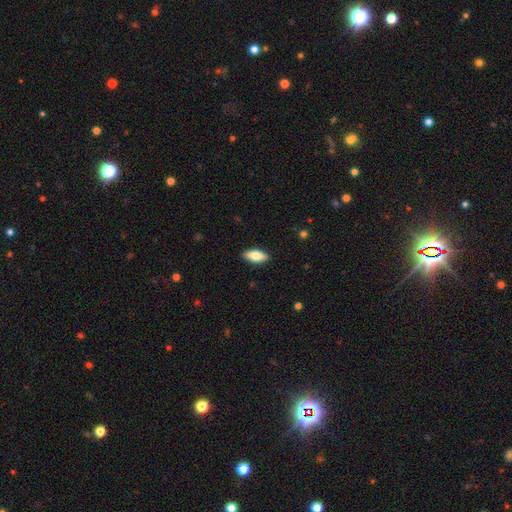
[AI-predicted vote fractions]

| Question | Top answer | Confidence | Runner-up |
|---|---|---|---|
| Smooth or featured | smooth | 71% | featured or disk (23%) |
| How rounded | in between | 80% | cigar-shaped (17%) |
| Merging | none | 89% | minor disturbance (8%) |